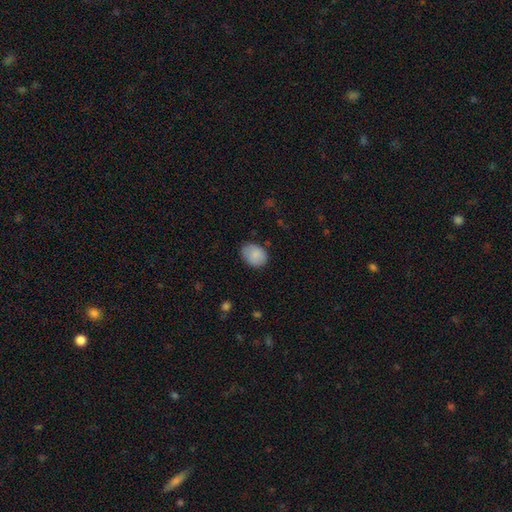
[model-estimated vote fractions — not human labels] Smooth or featured? smooth (88%)
How rounded? in between (66%)
Merging? none (77%)